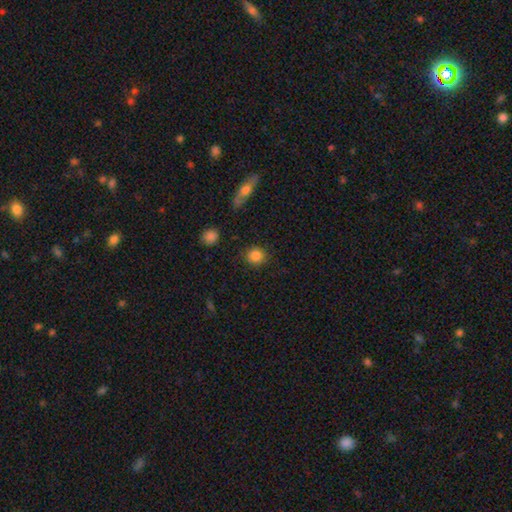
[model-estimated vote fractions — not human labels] Smooth or featured?
  - smooth: 84% *
  - star or artifact: 10%
  - featured or disk: 6%
How rounded?
  - round: 89% *
  - in between: 9%
  - cigar-shaped: 1%
Merging?
  - none: 88% *
  - minor disturbance: 8%
  - major disturbance: 2%
  - merger: 2%